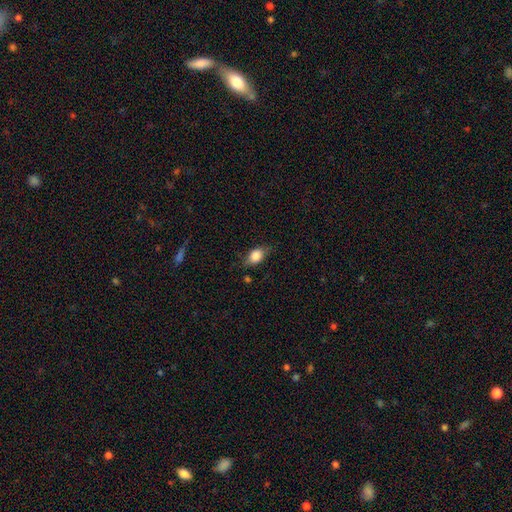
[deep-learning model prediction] Smooth or featured?
  - smooth: 78% *
  - featured or disk: 14%
  - star or artifact: 8%
How rounded?
  - in between: 81% *
  - round: 15%
  - cigar-shaped: 5%
Merging?
  - none: 70% *
  - minor disturbance: 22%
  - major disturbance: 6%
  - merger: 2%